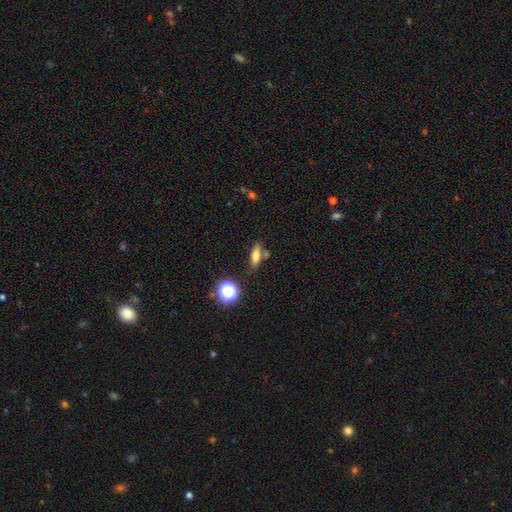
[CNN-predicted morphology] A smooth galaxy with no disk features (66%) that is in between round and cigar-shaped (60%).

Vote fractions:
- Smooth or featured? smooth: 66% / featured or disk: 22% / star or artifact: 13%
- How rounded? in between: 60% / cigar-shaped: 31% / round: 9%
- Merging? none: 69% / minor disturbance: 15% / merger: 12% / major disturbance: 4%